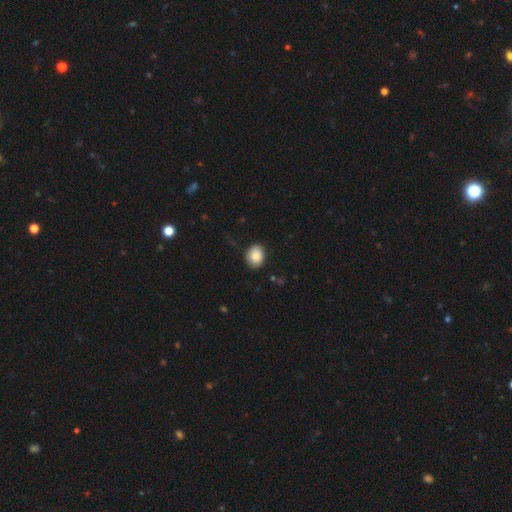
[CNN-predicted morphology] Overall: smooth (87%). How rounded: round (51%; in between 48%). Merging: none (84%).